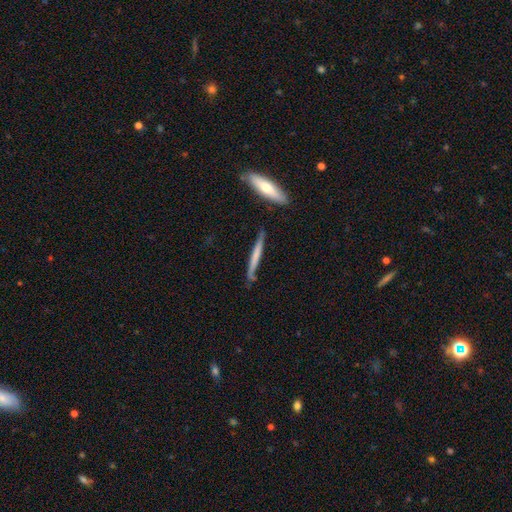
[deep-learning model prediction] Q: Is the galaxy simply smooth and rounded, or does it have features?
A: smooth — 53%.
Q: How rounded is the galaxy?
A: cigar-shaped — 96%.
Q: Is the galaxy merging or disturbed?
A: none — 75%.